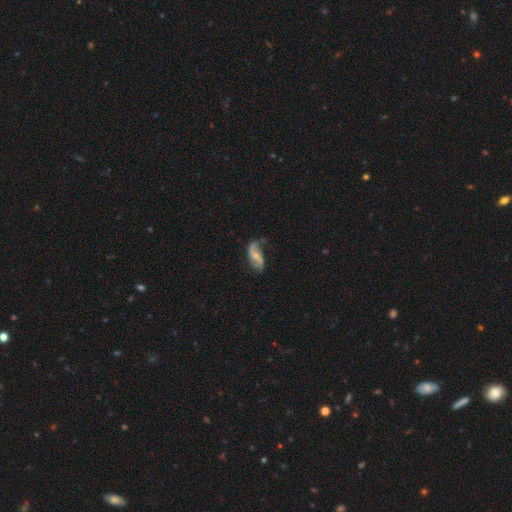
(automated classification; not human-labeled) Overall: featured or disk (73%). Edge-on disk: no (94%). Bar: no (43%; weak 36%). Spiral arms: yes (90%). Spiral arm count: 2 (87%). Spiral winding: loose (78%). Bulge size: small (54%; moderate 37%). Merging: none (58%; minor disturbance 26%).